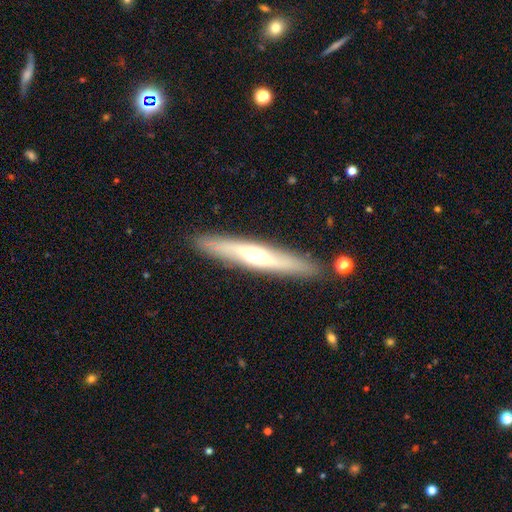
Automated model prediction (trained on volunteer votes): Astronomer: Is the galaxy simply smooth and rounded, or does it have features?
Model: featured or disk — 61%.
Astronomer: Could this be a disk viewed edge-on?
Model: yes — 85%.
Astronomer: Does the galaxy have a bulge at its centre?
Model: rounded — 79%.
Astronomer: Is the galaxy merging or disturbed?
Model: none — 88%.